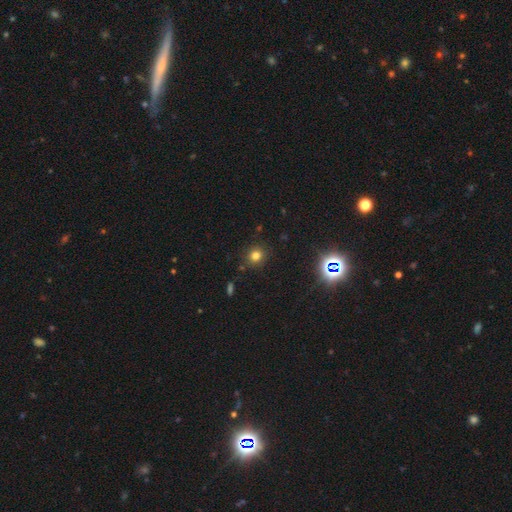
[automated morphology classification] A smooth galaxy with no disk features (75%) that is round (86%). Merging: none (86%).